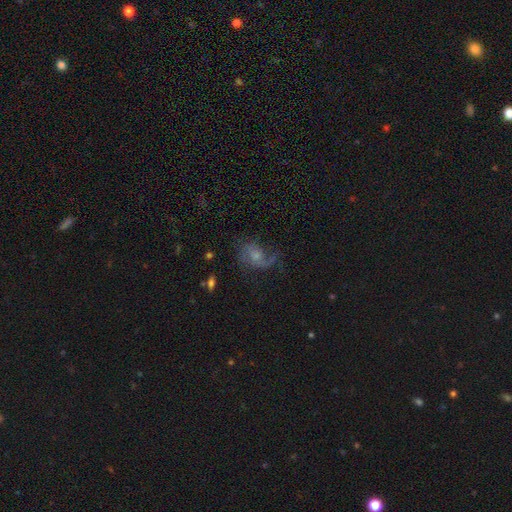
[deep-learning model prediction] smooth_or_featured: featured or disk (p=0.62) [alt: smooth p=0.26]
disk_edge_on: no (p=0.97) [alt: yes p=0.03]
bar: no (p=0.70) [alt: weak p=0.26]
has_spiral_arms: yes (p=0.84) [alt: no p=0.16]
spiral_winding: loose (p=0.51) [alt: medium p=0.36]
spiral_arm_count: 1 (p=0.46) [alt: 2 p=0.38]
bulge_size: small (p=0.48) [alt: moderate p=0.35]
merging: none (p=0.44) [alt: major disturbance p=0.31]